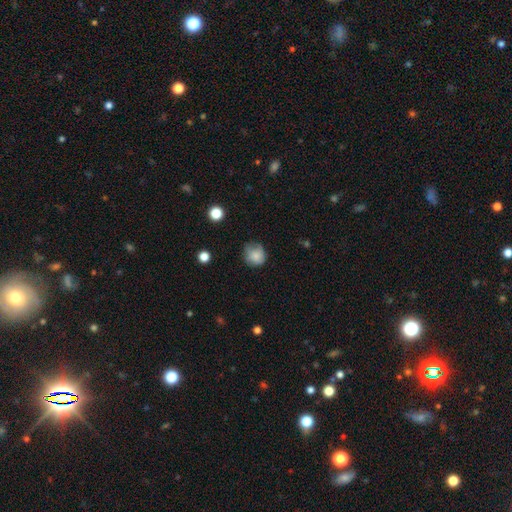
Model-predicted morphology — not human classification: A smooth galaxy with no disk features (81%) that is round (81%). Merging: none (60%).